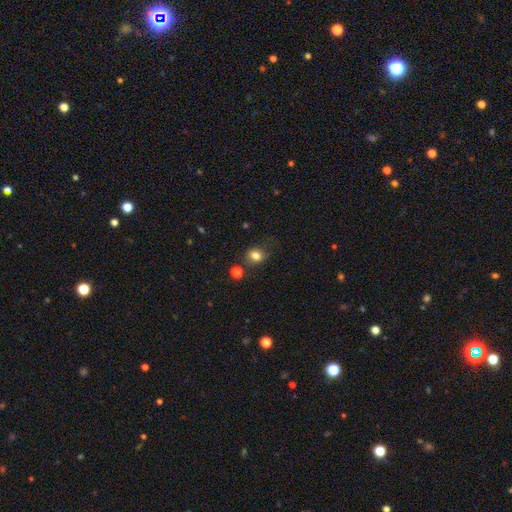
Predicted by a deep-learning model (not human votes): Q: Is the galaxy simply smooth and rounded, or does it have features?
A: smooth — 79%.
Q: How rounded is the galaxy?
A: round — 55%.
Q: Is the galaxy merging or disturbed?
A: none — 72%.